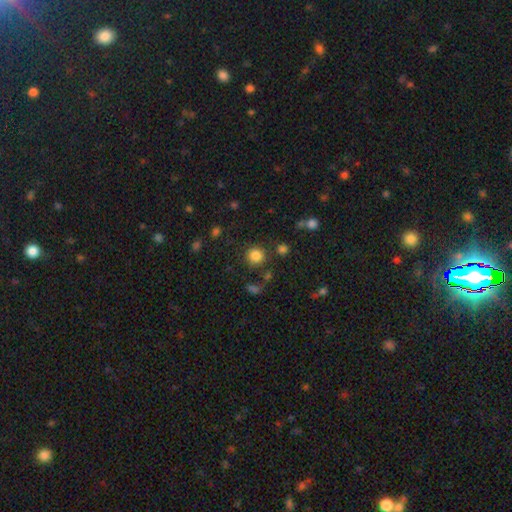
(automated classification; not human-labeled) smooth-or-featured: smooth: 83% | star or artifact: 12% | featured or disk: 4%
  how-rounded: round: 91% | in between: 8% | cigar-shaped: 1%
  merging: none: 83% | minor disturbance: 8% | merger: 5% | major disturbance: 4%